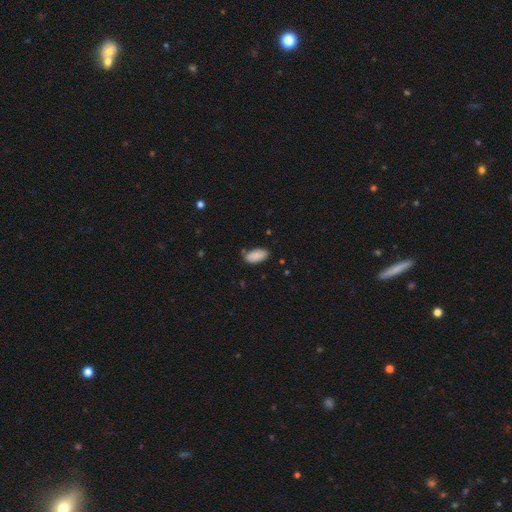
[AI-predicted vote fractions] Smooth or featured?
  - smooth: 89% *
  - star or artifact: 7%
  - featured or disk: 4%
How rounded?
  - in between: 93% *
  - cigar-shaped: 5%
  - round: 2%
Merging?
  - none: 77% *
  - minor disturbance: 17%
  - major disturbance: 3%
  - merger: 3%